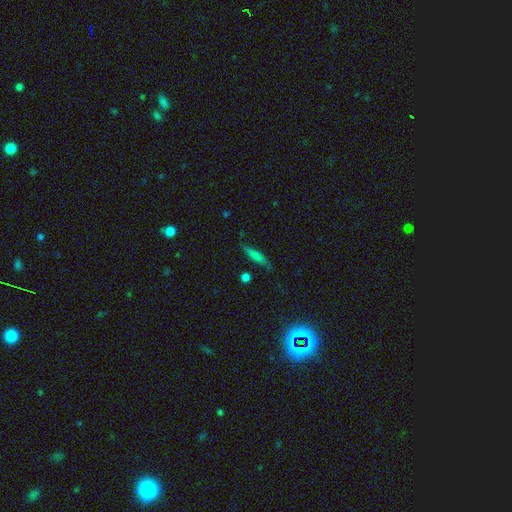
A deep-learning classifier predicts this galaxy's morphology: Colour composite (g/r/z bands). It shows a smooth galaxy with no disk features (67%) that is cigar-shaped (83%). Merging: none (75%).